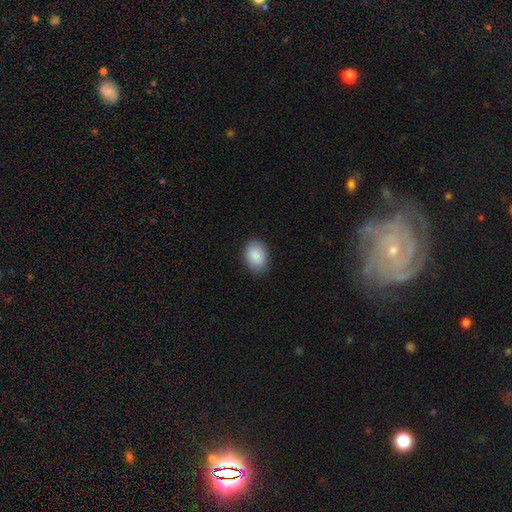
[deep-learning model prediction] Smooth or featured?
  - smooth: 89% *
  - star or artifact: 6%
  - featured or disk: 5%
How rounded?
  - in between: 81% *
  - round: 18%
  - cigar-shaped: 1%
Merging?
  - none: 87% *
  - minor disturbance: 10%
  - major disturbance: 2%
  - merger: 1%